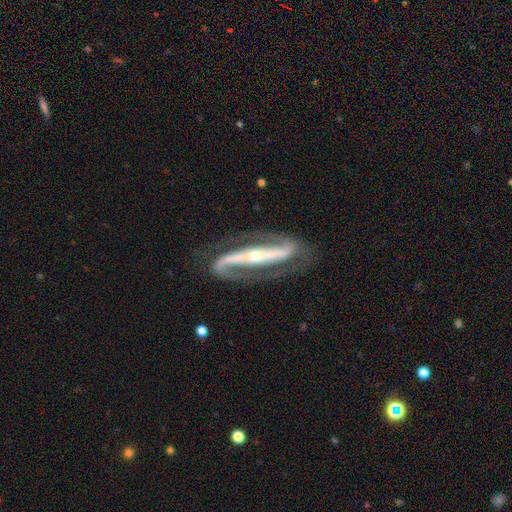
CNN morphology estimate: smooth-or-featured: featured or disk: 91% | smooth: 5% | star or artifact: 4%
  disk-edge-on: no: 88% | yes: 12%
    bar: strong: 73% | no: 15% | weak: 12%
    has-spiral-arms: yes: 96% | no: 4%
      spiral-winding: medium: 48% | tight: 27% | loose: 26%
      spiral-arm-count: 2: 93% | 1: 2% | can't tell: 2% | 3: 1% | 4: 1% | more than 4: 1%
    bulge-size: small: 65% | moderate: 30% | large: 2% | none: 1% | dominant: 1%
  merging: none: 80% | minor disturbance: 12% | major disturbance: 7% | merger: 1%